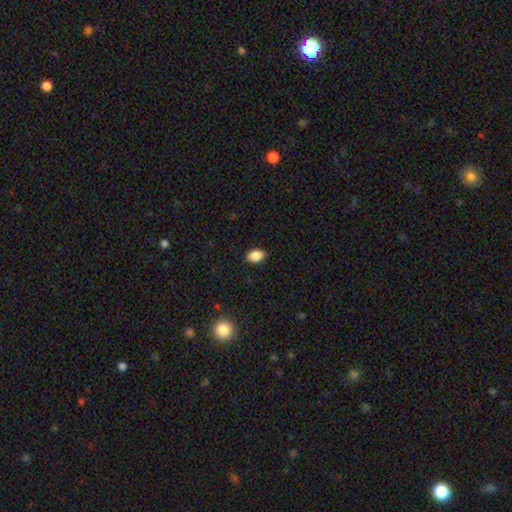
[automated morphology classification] A smooth galaxy with no disk features (88%) that is in between round and cigar-shaped (84%). Merging: none (87%).